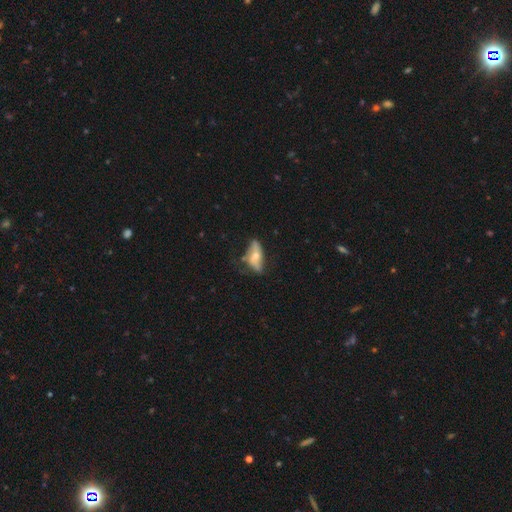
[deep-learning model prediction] Smooth or featured: smooth — 47% (featured or disk — 46%)
Merging: none — 50% (minor disturbance — 33%)